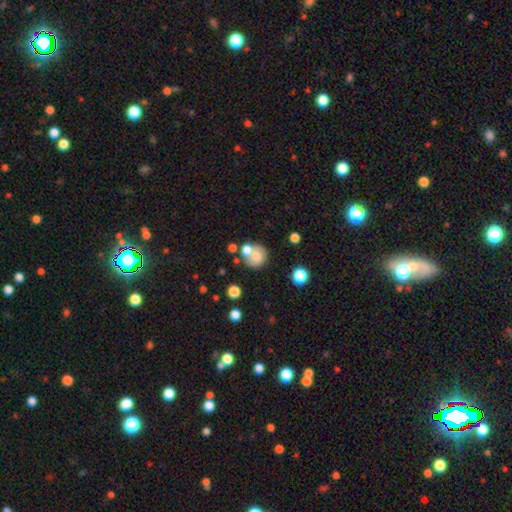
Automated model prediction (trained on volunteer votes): Smooth or featured?
  - smooth: 70% *
  - featured or disk: 19%
  - star or artifact: 11%
How rounded?
  - round: 83% *
  - in between: 16%
  - cigar-shaped: 1%
Merging?
  - none: 51% *
  - merger: 26%
  - minor disturbance: 15%
  - major disturbance: 8%